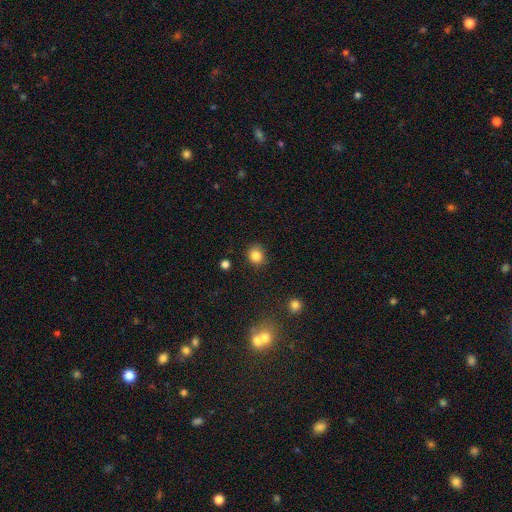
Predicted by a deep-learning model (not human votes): This appears to be a smooth galaxy with no disk features (84%) that is round (81%). Merging: none (87%).